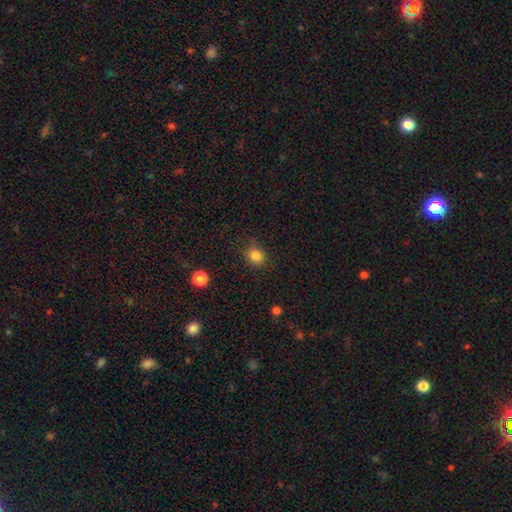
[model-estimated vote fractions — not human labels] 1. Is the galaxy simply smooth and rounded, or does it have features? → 83% smooth, 12% star or artifact, 5% featured or disk.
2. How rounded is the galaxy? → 76% round, 23% in between, 1% cigar-shaped.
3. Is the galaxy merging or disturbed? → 78% none, 16% minor disturbance, 4% major disturbance, 2% merger.